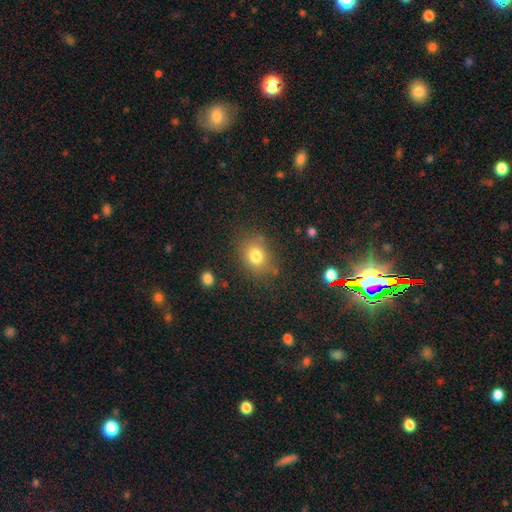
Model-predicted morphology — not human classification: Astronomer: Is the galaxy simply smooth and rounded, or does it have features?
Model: smooth — 78%.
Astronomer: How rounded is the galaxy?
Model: in between — 51% (runner-up: round, 48%).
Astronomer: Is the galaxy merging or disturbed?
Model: none — 75%.